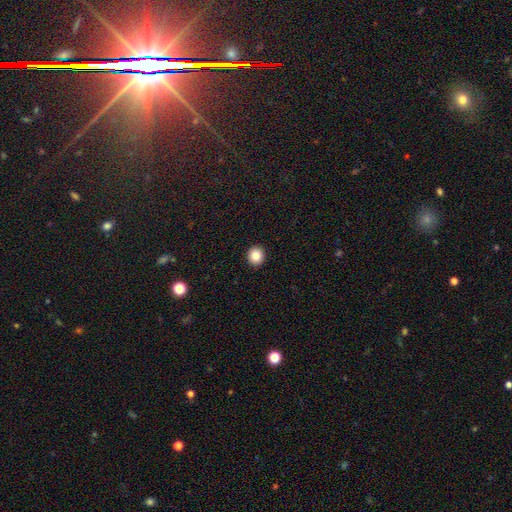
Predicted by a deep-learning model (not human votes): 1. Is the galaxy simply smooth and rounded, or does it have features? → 84% smooth, 10% star or artifact, 6% featured or disk.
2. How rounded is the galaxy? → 91% round, 8% in between, 1% cigar-shaped.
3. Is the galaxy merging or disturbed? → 94% none, 4% minor disturbance, 1% major disturbance, 1% merger.